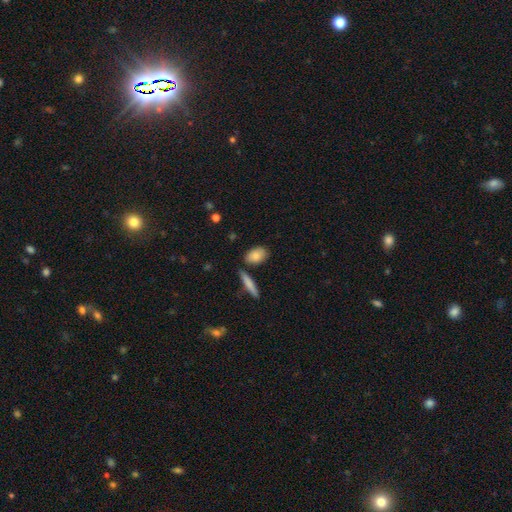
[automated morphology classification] Smooth or featured: smooth — 84% (featured or disk — 10%)
How rounded: in between — 84% (round — 8%)
Merging: none — 76% (minor disturbance — 13%)